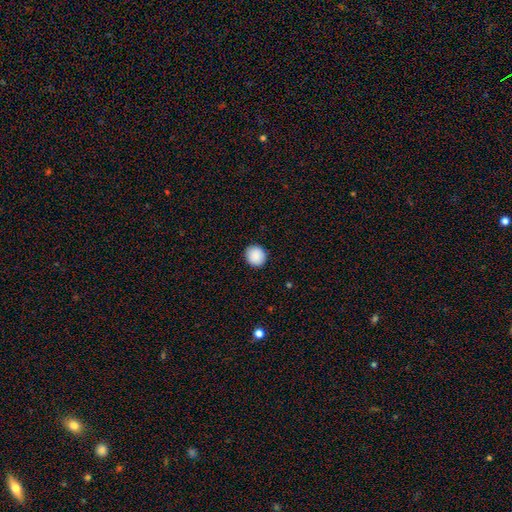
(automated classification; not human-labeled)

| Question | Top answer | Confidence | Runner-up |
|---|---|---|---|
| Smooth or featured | smooth | 89% | star or artifact (8%) |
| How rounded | round | 90% | in between (9%) |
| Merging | none | 91% | minor disturbance (6%) |